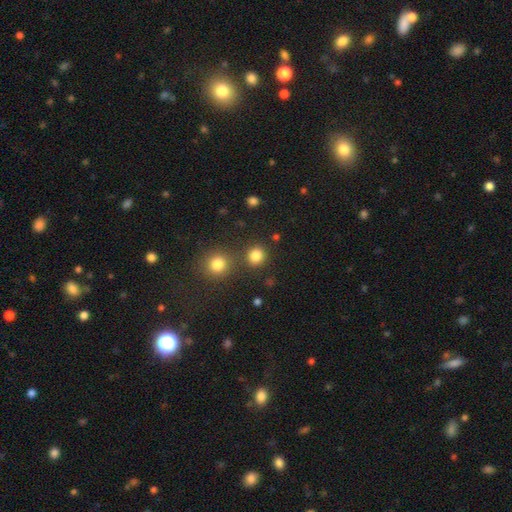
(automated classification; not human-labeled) A smooth galaxy with no disk features (83%) that is round (87%). Merging: none (80%).